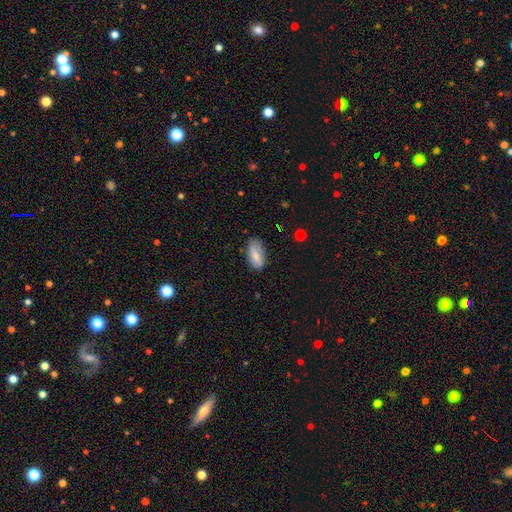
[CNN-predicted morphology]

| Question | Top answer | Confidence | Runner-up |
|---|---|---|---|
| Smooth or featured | smooth | 74% | featured or disk (19%) |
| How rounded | in between | 91% | cigar-shaped (7%) |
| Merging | none | 74% | minor disturbance (20%) |